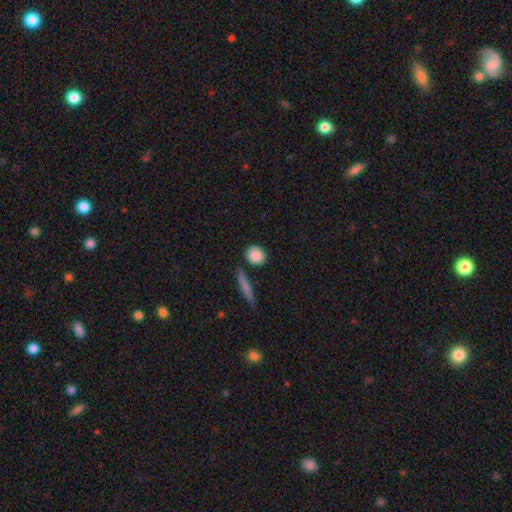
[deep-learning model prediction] The model was most divided on "how rounded": round: 78%, in between: 18%, cigar-shaped: 4%. More confident: smooth or featured — smooth (87%); merging — none (81%).